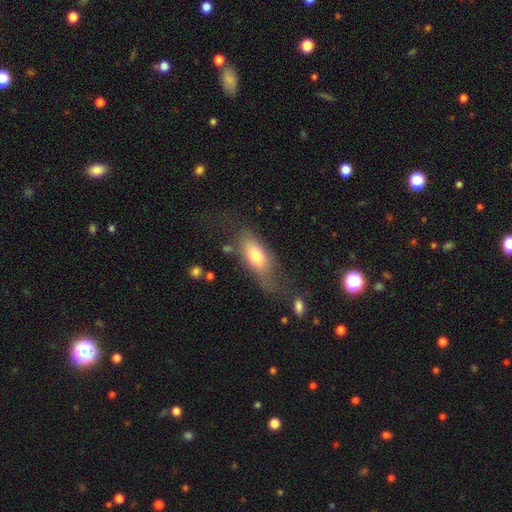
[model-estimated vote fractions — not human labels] The model was most divided on "merging": none: 42%, minor disturbance: 27%, major disturbance: 27%, merger: 5%. More confident: how rounded — in between (83%); smooth or featured — smooth (72%).